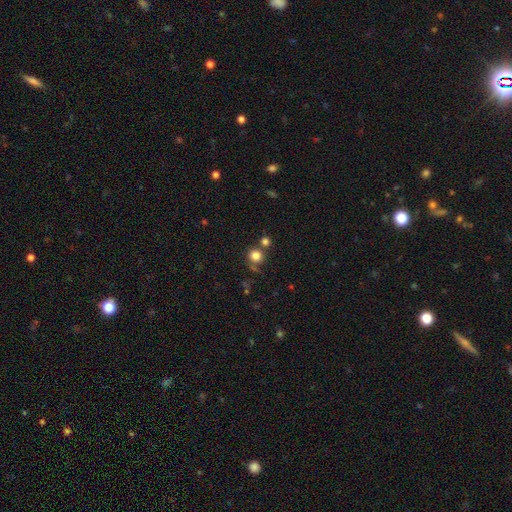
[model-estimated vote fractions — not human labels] The model was most divided on "merging": none: 66%, merger: 18%, minor disturbance: 11%, major disturbance: 5%. More confident: how rounded — round (89%); smooth or featured — smooth (81%).